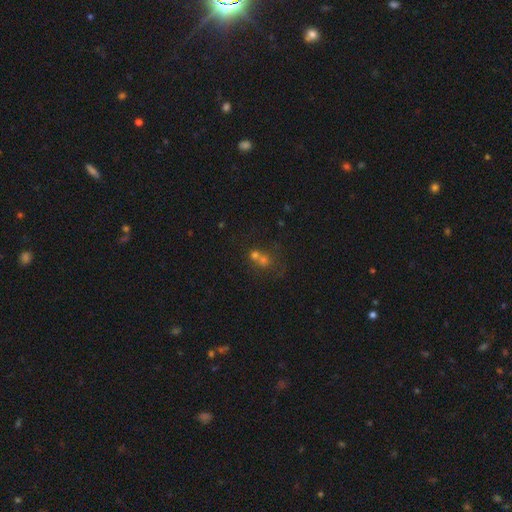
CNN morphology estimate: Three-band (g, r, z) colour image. It shows a smooth galaxy with no disk features (54%) that is round (79%). Merging: merger (55%).